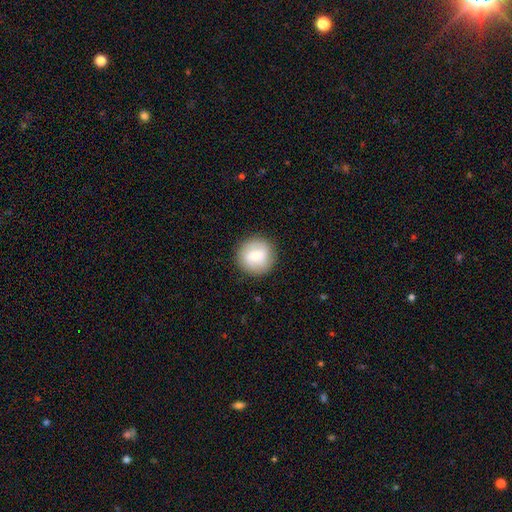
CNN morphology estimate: A smooth galaxy with no disk features (66%) that is round (94%).

Vote fractions:
- Smooth or featured? smooth: 66% / featured or disk: 26% / star or artifact: 8%
- How rounded? round: 94% / in between: 5% / cigar-shaped: 1%
- Merging? none: 89% / minor disturbance: 7% / major disturbance: 2% / merger: 1%